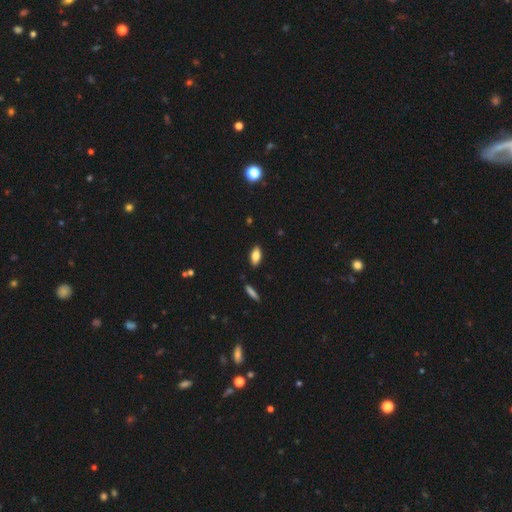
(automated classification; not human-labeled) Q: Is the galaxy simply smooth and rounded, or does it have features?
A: smooth — 79%.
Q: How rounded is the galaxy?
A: in between — 85%.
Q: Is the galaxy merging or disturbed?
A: none — 87%.